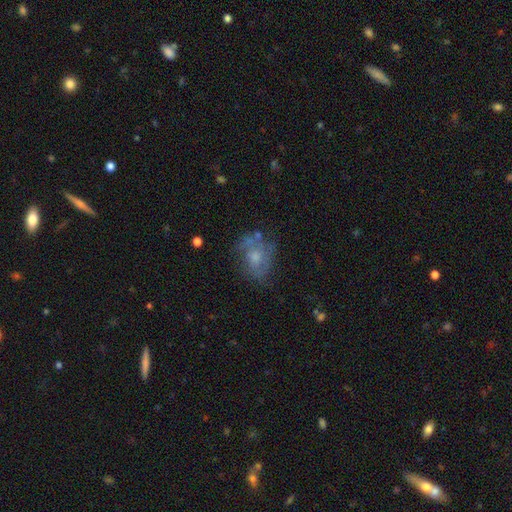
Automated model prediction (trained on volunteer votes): Morphology: type=featured or disk (48%); merging=none (56%).